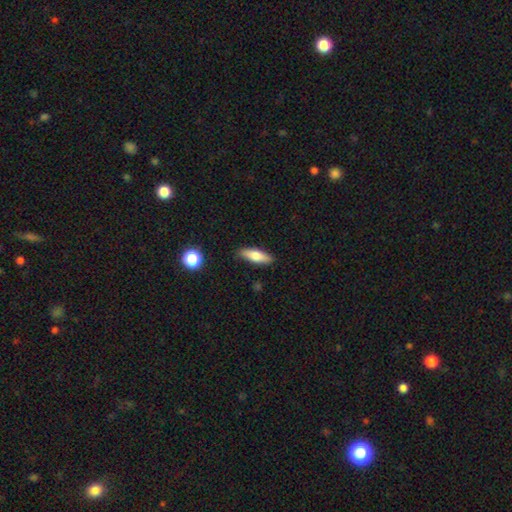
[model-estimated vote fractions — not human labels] This is likely a smooth galaxy (70%). How rounded: possibly cigar-shaped (49%, tied with in between). Merging: clearly none (86%).